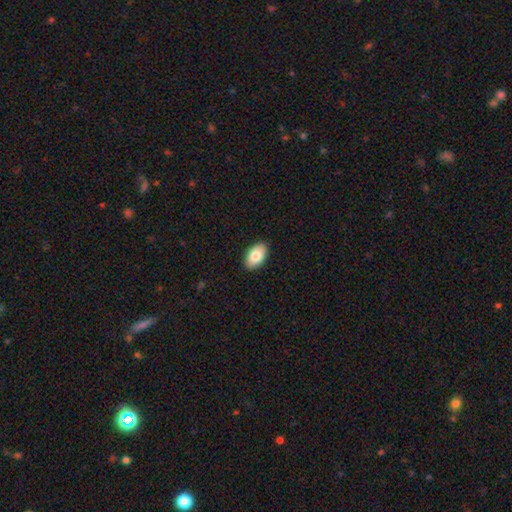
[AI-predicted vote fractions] Overall: smooth (82%). How rounded: in between (94%). Merging: none (90%).